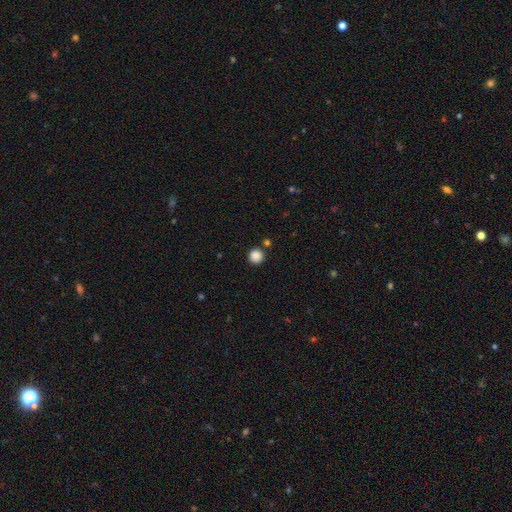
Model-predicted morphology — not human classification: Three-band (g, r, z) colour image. It shows a smooth galaxy with no disk features (87%) that is round (94%). Merging: none (87%).